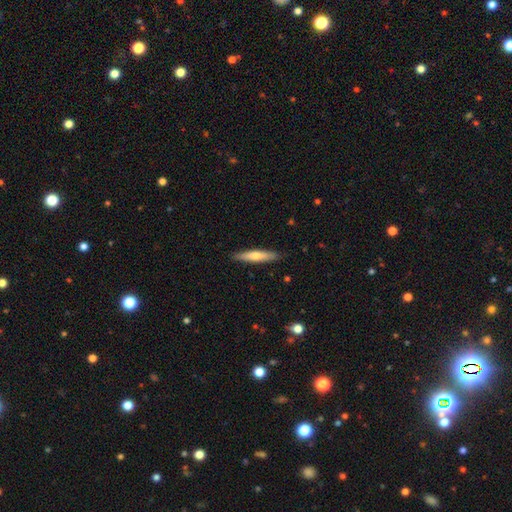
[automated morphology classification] A smooth galaxy with no disk features (58%) that is cigar-shaped (88%). Merging: none (89%).